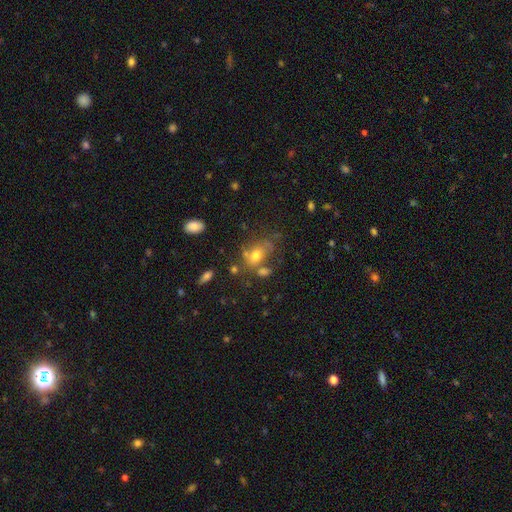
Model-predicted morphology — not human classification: smooth_or_featured: smooth (p=0.60) [alt: featured or disk p=0.27]
how_rounded: in between (p=0.76) [alt: round p=0.21]
merging: none (p=0.43) [alt: minor disturbance p=0.21]